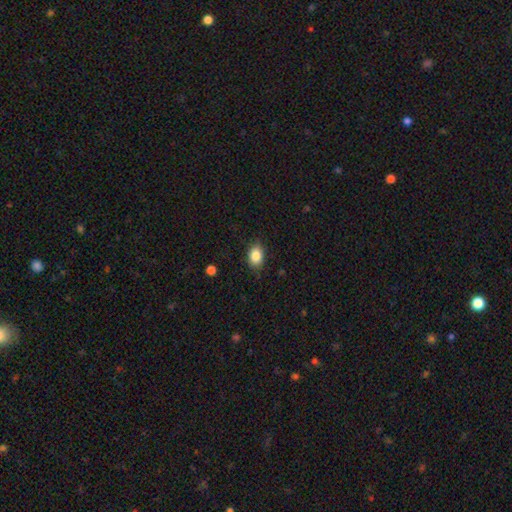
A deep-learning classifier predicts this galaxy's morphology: Q: Smooth or featured?
A: smooth (86%); runner-up: star or artifact (9%)
Q: How rounded?
A: in between (77%); runner-up: round (22%)
Q: Merging?
A: none (83%); runner-up: minor disturbance (13%)